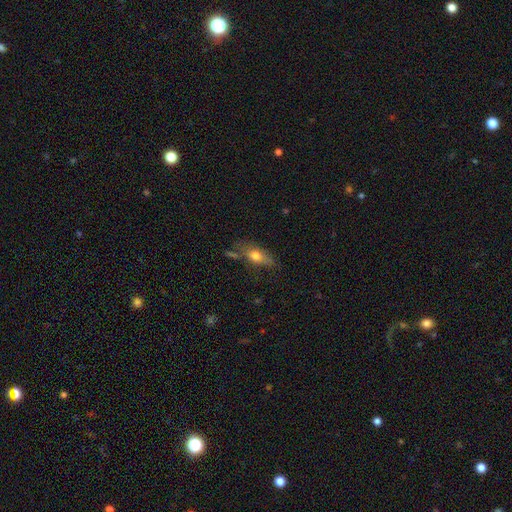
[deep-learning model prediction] Smooth or featured: smooth — 69% (featured or disk — 23%)
How rounded: in between — 74% (cigar-shaped — 19%)
Merging: none — 53% (minor disturbance — 26%)